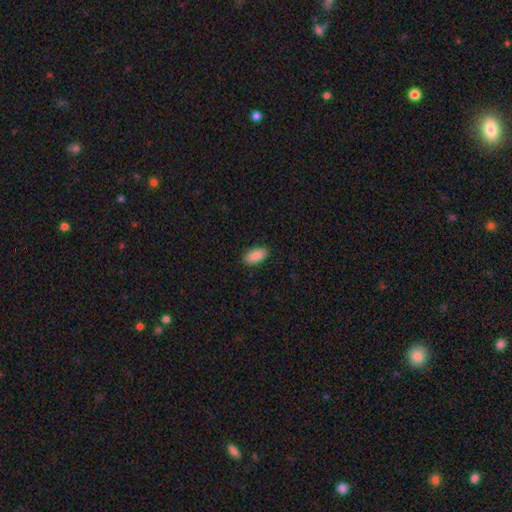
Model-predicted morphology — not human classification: The model was most divided on "merging": none: 88%, minor disturbance: 9%, major disturbance: 2%, merger: 1%. More confident: how rounded — in between (93%); smooth or featured — smooth (89%).